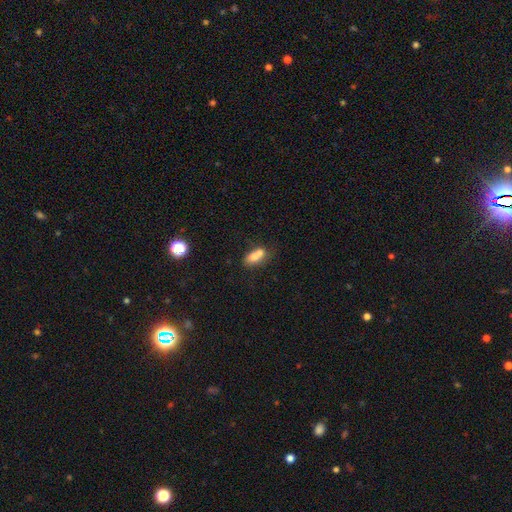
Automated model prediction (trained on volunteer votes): smooth-or-featured: smooth: 74% | featured or disk: 16% | star or artifact: 10%
  how-rounded: in between: 78% | cigar-shaped: 15% | round: 8%
  merging: none: 40% | merger: 37% | minor disturbance: 16% | major disturbance: 7%